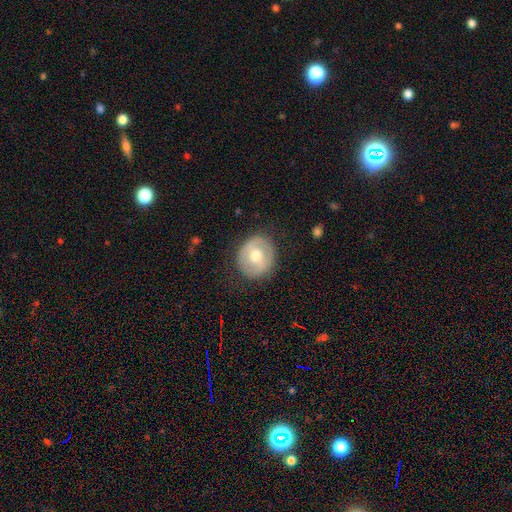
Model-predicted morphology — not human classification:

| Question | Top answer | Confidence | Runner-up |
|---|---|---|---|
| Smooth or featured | smooth | 51% | featured or disk (43%) |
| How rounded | round | 82% | in between (17%) |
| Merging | none | 83% | minor disturbance (11%) |